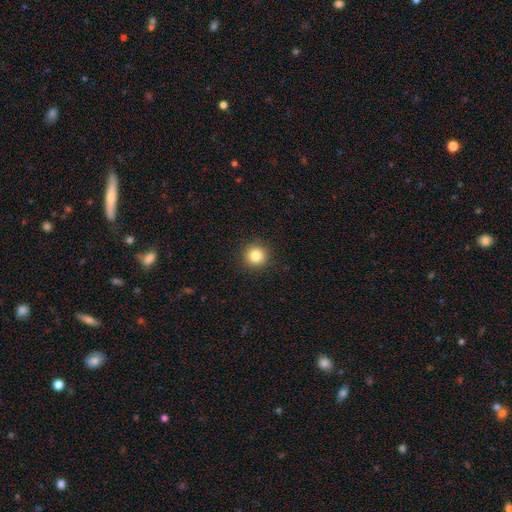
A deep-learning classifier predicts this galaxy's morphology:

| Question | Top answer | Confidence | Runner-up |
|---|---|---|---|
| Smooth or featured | smooth | 83% | star or artifact (11%) |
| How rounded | round | 95% | in between (4%) |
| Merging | none | 92% | minor disturbance (5%) |